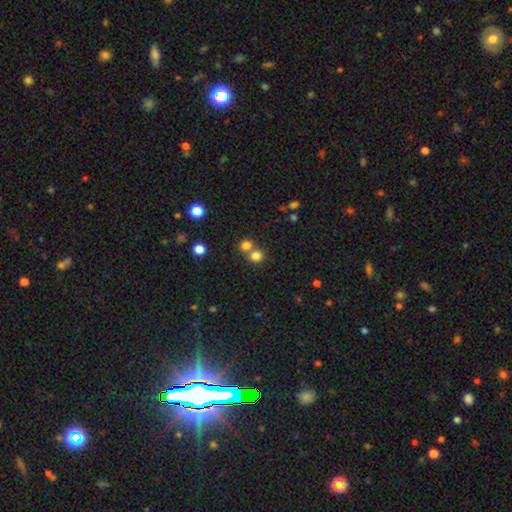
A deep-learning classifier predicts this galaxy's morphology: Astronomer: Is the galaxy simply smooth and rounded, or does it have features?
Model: smooth — 79%.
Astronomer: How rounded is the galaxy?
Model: round — 84%.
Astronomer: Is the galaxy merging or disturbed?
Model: none — 48% (runner-up: merger, 44%).